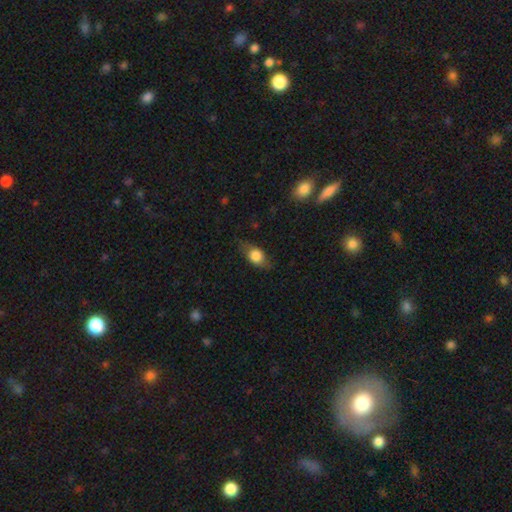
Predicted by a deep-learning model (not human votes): smooth-or-featured: smooth: 72% | featured or disk: 20% | star or artifact: 8%
  how-rounded: in between: 70% | round: 23% | cigar-shaped: 7%
  merging: none: 72% | minor disturbance: 21% | major disturbance: 6% | merger: 1%